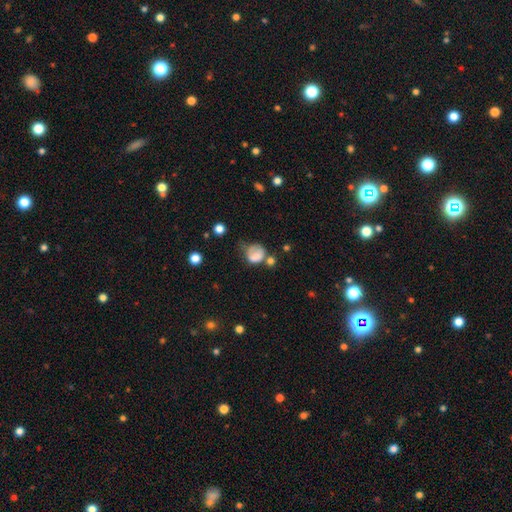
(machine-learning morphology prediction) smooth_or_featured: smooth (p=0.70) [alt: featured or disk p=0.19]
how_rounded: round (p=0.58) [alt: in between p=0.41]
merging: minor disturbance (p=0.30) [alt: major disturbance p=0.28]